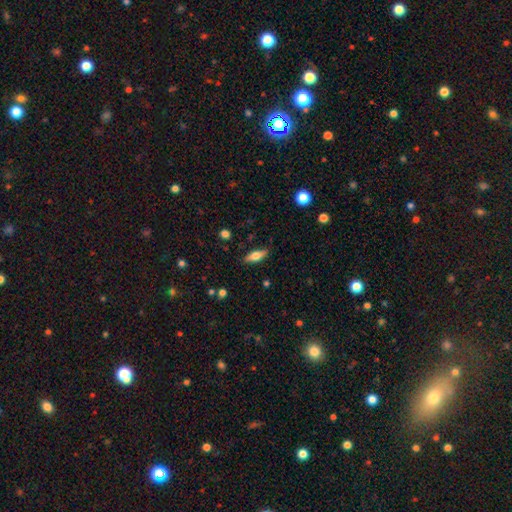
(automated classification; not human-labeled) A smooth galaxy with no disk features (66%) that is in between round and cigar-shaped (66%).

Vote fractions:
- Smooth or featured? smooth: 66% / featured or disk: 27% / star or artifact: 7%
- How rounded? in between: 66% / cigar-shaped: 31% / round: 3%
- Merging? none: 86% / minor disturbance: 11% / major disturbance: 2% / merger: 1%